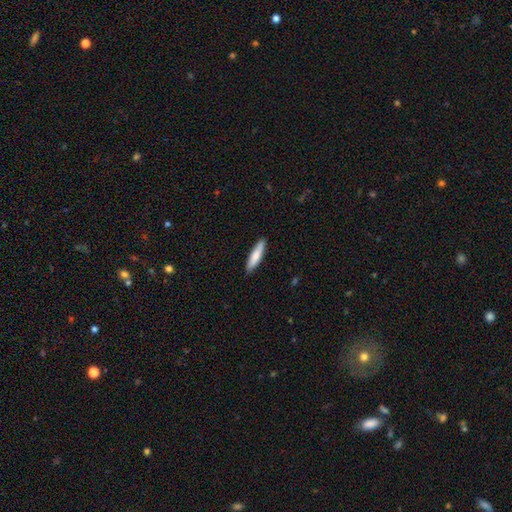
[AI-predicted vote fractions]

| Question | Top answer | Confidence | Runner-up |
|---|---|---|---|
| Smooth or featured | smooth | 77% | featured or disk (18%) |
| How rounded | cigar-shaped | 79% | in between (19%) |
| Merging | none | 89% | minor disturbance (9%) |